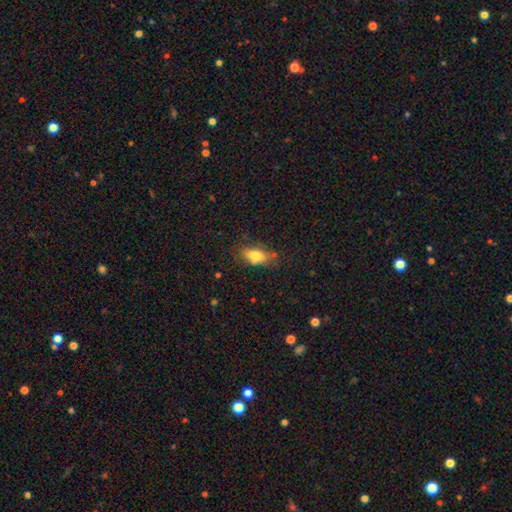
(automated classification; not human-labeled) Overall: smooth (75%). How rounded: in between (84%). Merging: none (70%).